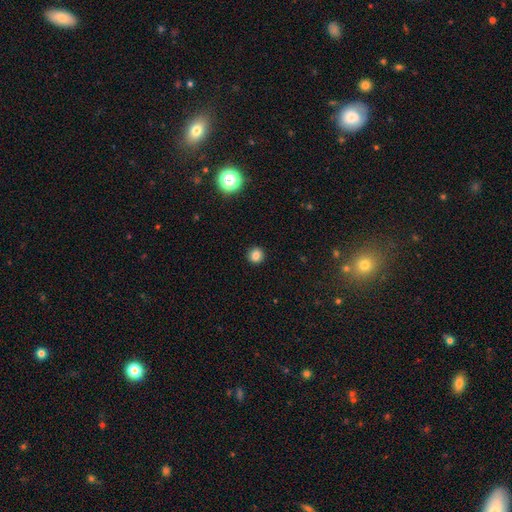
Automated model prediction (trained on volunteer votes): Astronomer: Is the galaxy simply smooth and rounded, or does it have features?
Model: smooth — 83%.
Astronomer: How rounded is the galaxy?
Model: round — 90%.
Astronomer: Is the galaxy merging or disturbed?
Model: none — 92%.